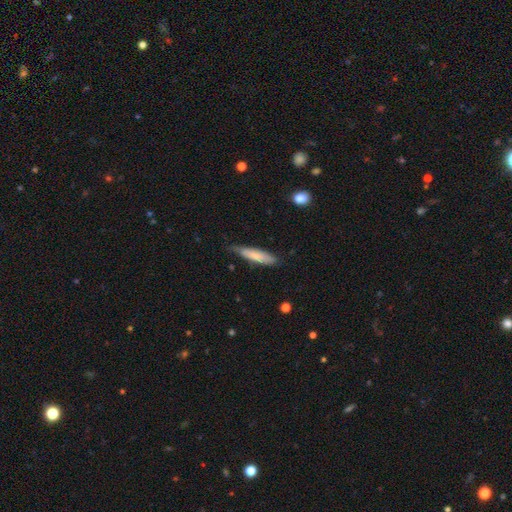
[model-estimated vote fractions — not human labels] A smooth galaxy with no disk features (76%) that is cigar-shaped (78%).

Vote fractions:
- Smooth or featured? smooth: 76% / featured or disk: 19% / star or artifact: 6%
- How rounded? cigar-shaped: 78% / in between: 21% / round: 1%
- Merging? none: 65% / minor disturbance: 28% / major disturbance: 5% / merger: 2%